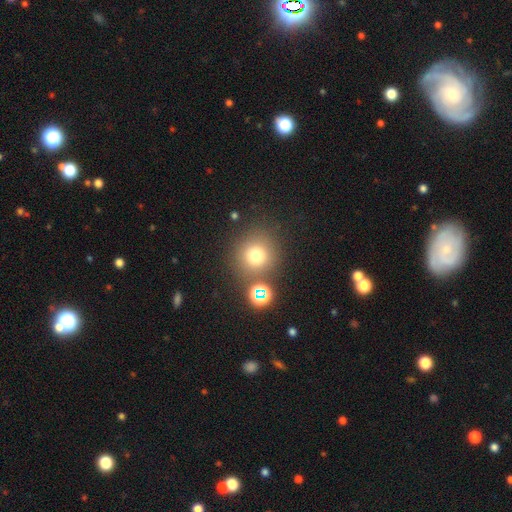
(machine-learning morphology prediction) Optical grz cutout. It shows a smooth galaxy with no disk features (74%) that is round (91%). Merging: none (76%).